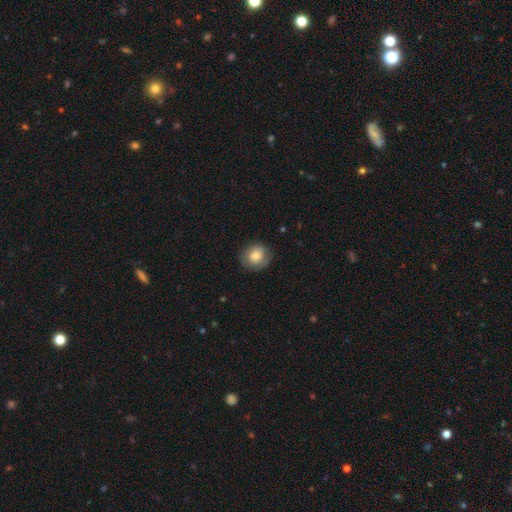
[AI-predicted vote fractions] Smooth or featured? Predicted: smooth (p=0.76). How rounded? Predicted: round (p=0.78). Merging? Predicted: none (p=0.81).